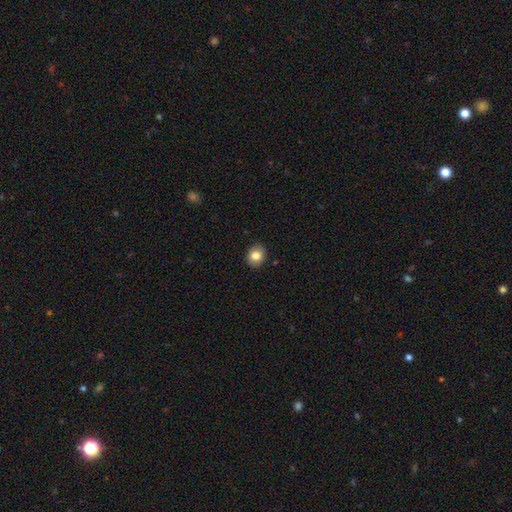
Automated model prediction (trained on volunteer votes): Morphology: type=smooth (83%); roundness=round (61%); merging=none (90%).